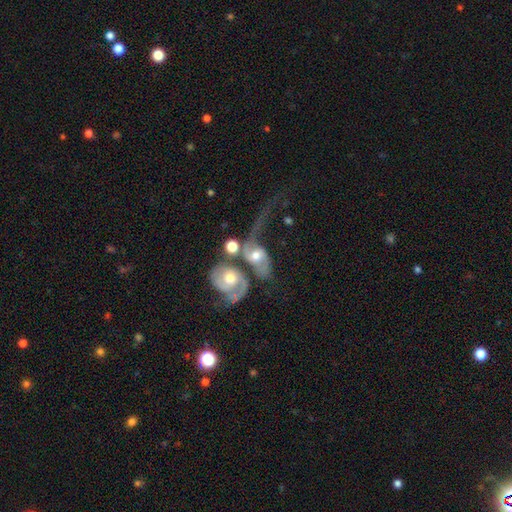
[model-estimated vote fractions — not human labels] The model was most divided on "bar": no: 62%, weak: 30%, strong: 9%. More confident: edge-on disk — no (95%); spiral arms — yes (80%); bulge size — moderate (68%); smooth or featured — featured or disk (66%); merging — merger (57%).